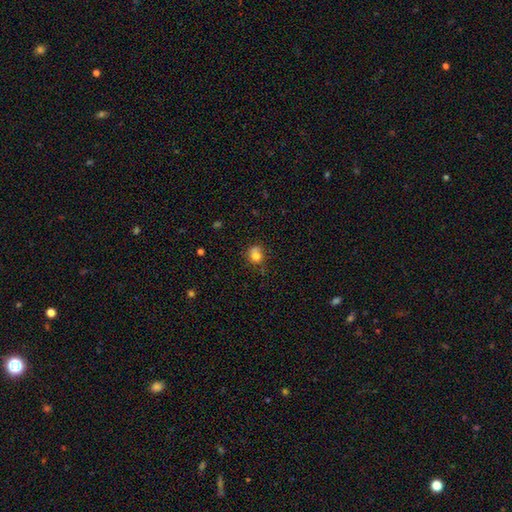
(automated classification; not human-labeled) smooth 77%, star or artifact 12%, featured or disk 11%. Down the decision tree: how rounded — round (76%); merging — none (52%).